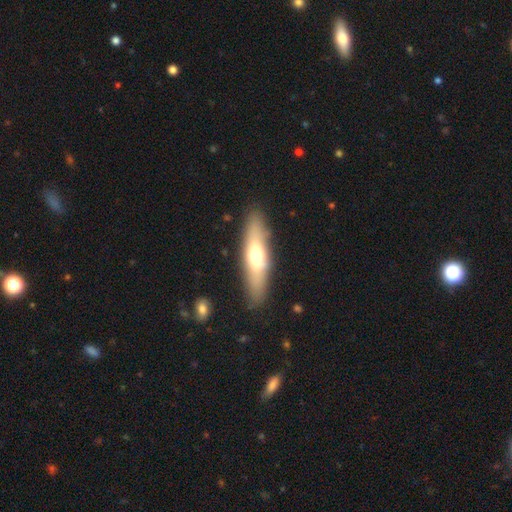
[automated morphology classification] Overall: smooth (51%; featured or disk 42%). How rounded: cigar-shaped (69%). Merging: none (86%).